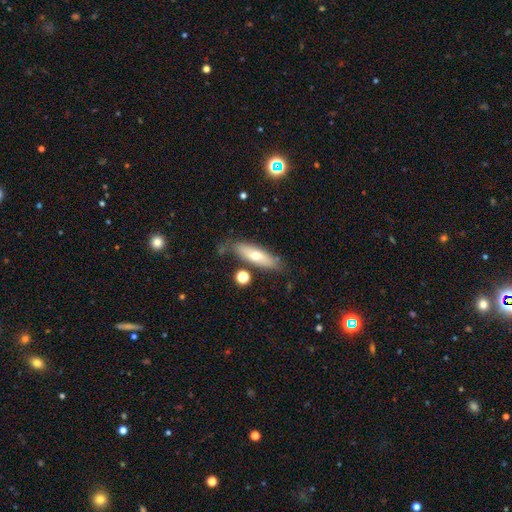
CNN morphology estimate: smooth_or_featured: smooth (p=0.60) [alt: featured or disk p=0.33]
how_rounded: cigar-shaped (p=0.55) [alt: in between p=0.43]
merging: none (p=0.75) [alt: minor disturbance p=0.16]